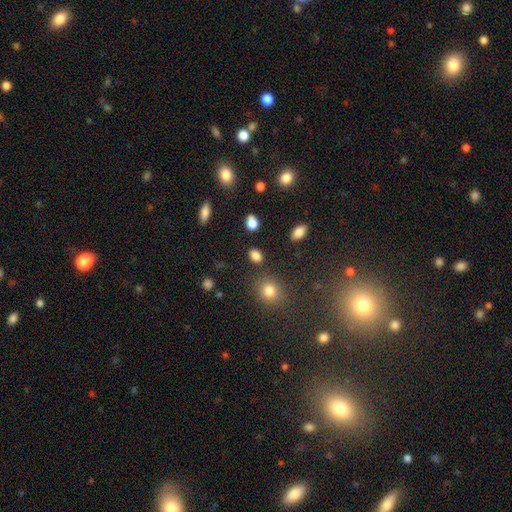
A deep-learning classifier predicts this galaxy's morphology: type=smooth (82%); roundness=in between (65%); merging=none (81%).